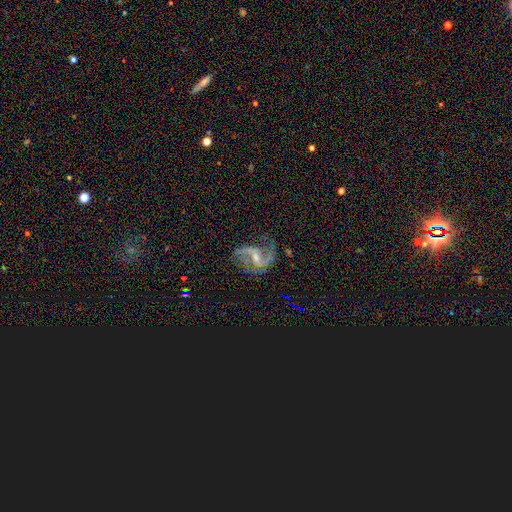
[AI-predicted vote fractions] featured or disk 88%, star or artifact 8%, smooth 4%. Down the decision tree: edge-on disk — no (98%); bar — weak (47%); spiral arms — yes (97%); spiral arm count — 2 (89%); spiral winding — loose (54%); bulge size — small (63%); merging — none (64%).